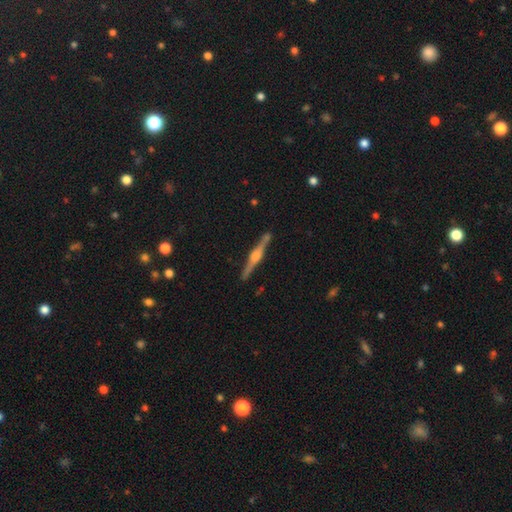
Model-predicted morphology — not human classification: A featured or disk galaxy (84%) viewed edge-on (98%) with a rounded central bulge (82%).

Vote fractions:
- Smooth or featured? featured or disk: 84% / smooth: 11% / star or artifact: 5%
- Edge-on disk? yes: 98% / no: 2%
- Edge-on bulge? rounded: 82% / boxy: 15% / none: 3%
- Merging? none: 90% / minor disturbance: 7% / merger: 2% / major disturbance: 2%